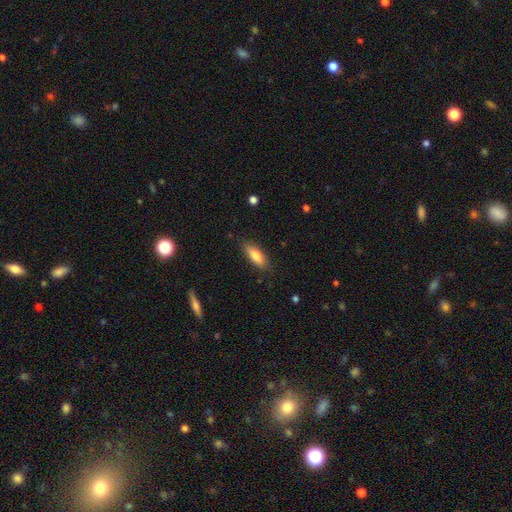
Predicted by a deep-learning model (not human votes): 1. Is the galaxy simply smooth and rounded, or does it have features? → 80% smooth, 14% featured or disk, 7% star or artifact.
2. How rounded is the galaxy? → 64% in between, 34% cigar-shaped, 2% round.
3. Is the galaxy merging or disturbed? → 84% none, 12% minor disturbance, 3% major disturbance, 1% merger.